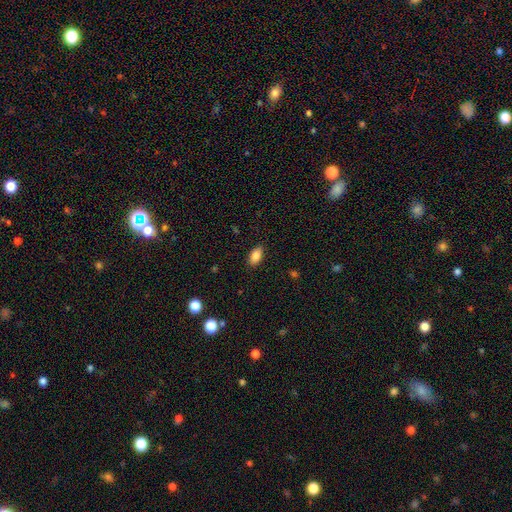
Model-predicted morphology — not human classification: smooth 87%, star or artifact 8%, featured or disk 5%. Down the decision tree: how rounded — in between (92%); merging — none (87%).